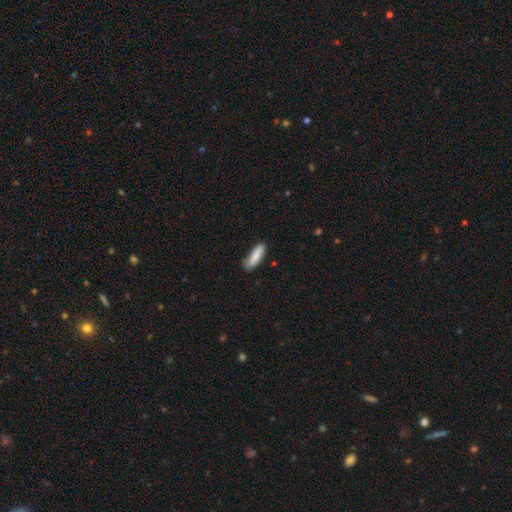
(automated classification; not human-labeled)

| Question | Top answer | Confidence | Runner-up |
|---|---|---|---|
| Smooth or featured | smooth | 83% | featured or disk (12%) |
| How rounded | cigar-shaped | 51% | in between (47%) |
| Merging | none | 75% | minor disturbance (20%) |